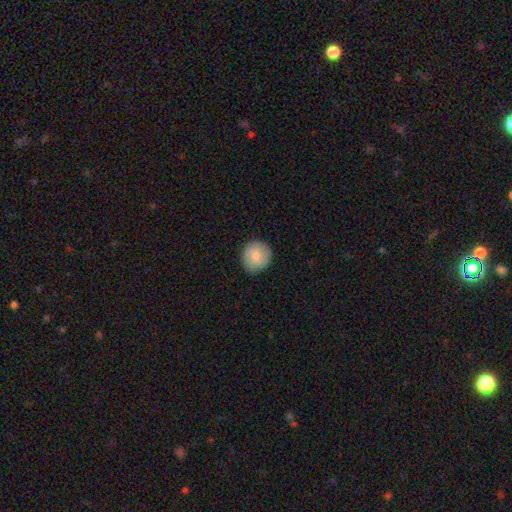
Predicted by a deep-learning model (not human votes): Morphology: type=smooth (81%); roundness=round (91%); merging=none (85%).